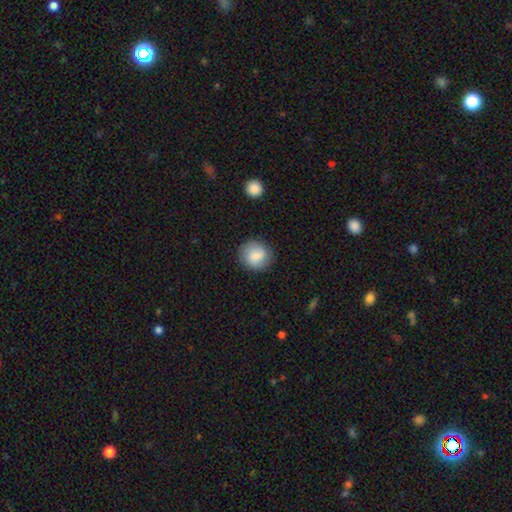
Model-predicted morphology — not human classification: Smooth or featured?
  - smooth: 75% *
  - featured or disk: 18%
  - star or artifact: 7%
How rounded?
  - round: 84% *
  - in between: 15%
  - cigar-shaped: 1%
Merging?
  - none: 84% *
  - minor disturbance: 12%
  - major disturbance: 3%
  - merger: 1%